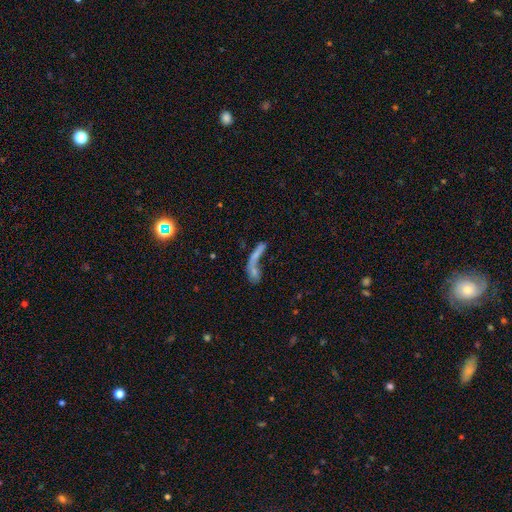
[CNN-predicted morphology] Smooth or featured?
  - smooth: 55% *
  - featured or disk: 31%
  - star or artifact: 14%
How rounded?
  - cigar-shaped: 68% *
  - in between: 26%
  - round: 6%
Merging?
  - merger: 56% *
  - none: 22%
  - major disturbance: 14%
  - minor disturbance: 8%